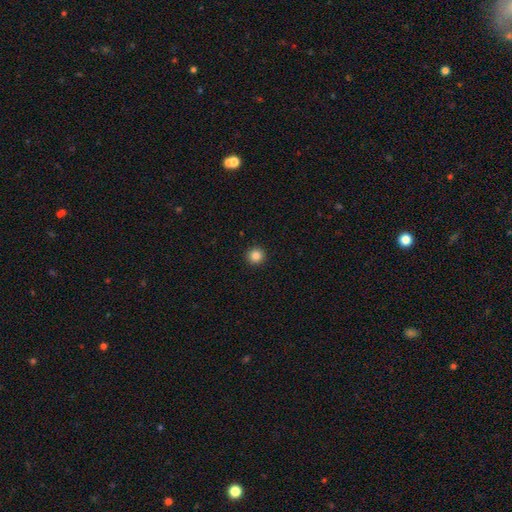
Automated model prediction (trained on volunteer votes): smooth-or-featured: smooth: 85% | star or artifact: 11% | featured or disk: 4%
  how-rounded: round: 96% | in between: 3% | cigar-shaped: 1%
  merging: none: 94% | minor disturbance: 4% | major disturbance: 1% | merger: 1%